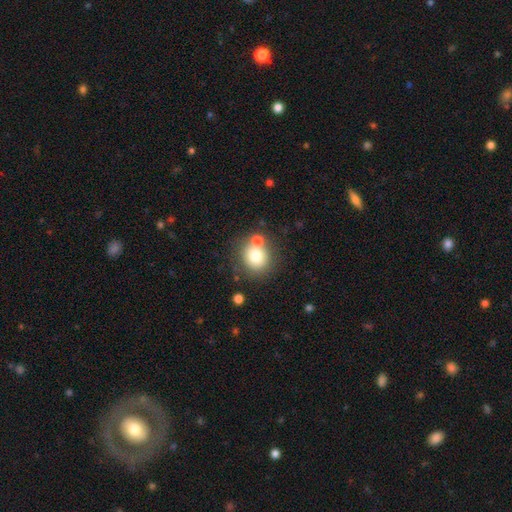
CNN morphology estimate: smooth 75%, featured or disk 14%, star or artifact 11%. Down the decision tree: how rounded — round (85%); merging — none (65%).